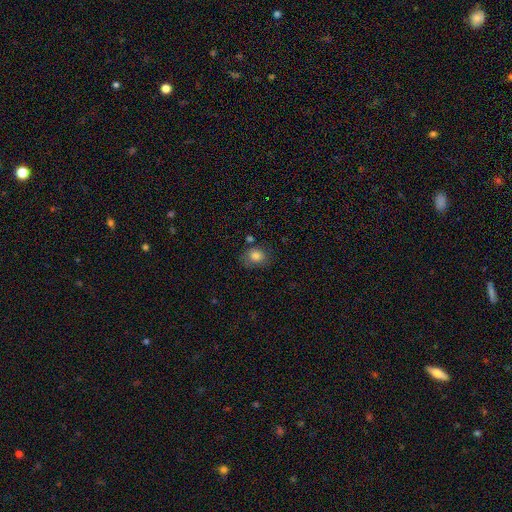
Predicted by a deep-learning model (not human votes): Q: Smooth or featured?
A: smooth (82%); runner-up: star or artifact (10%)
Q: How rounded?
A: round (59%); runner-up: in between (40%)
Q: Merging?
A: none (66%); runner-up: minor disturbance (21%)